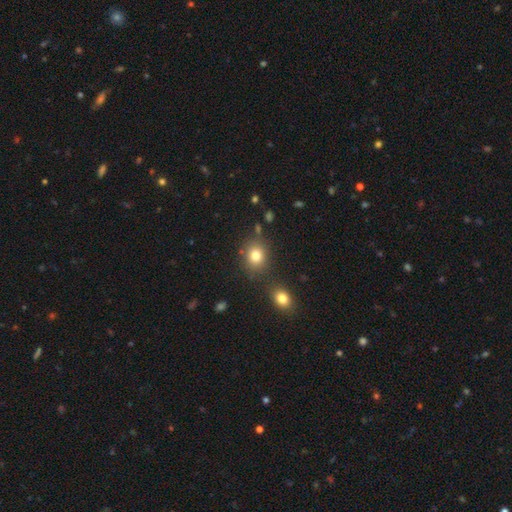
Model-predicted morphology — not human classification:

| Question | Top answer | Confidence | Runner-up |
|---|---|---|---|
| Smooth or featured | smooth | 81% | star or artifact (12%) |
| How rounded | round | 69% | in between (30%) |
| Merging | none | 77% | minor disturbance (10%) |